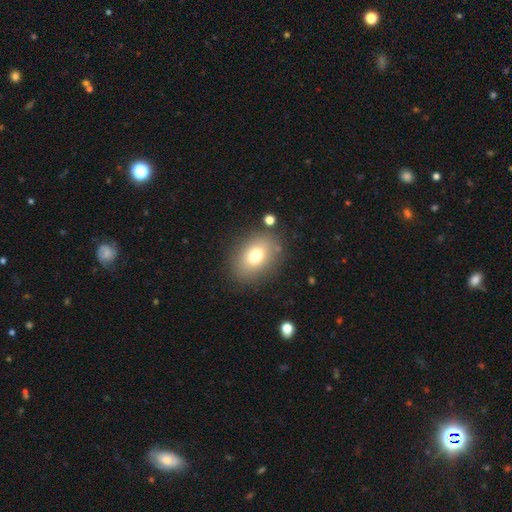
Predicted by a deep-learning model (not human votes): Smooth or featured?
  - smooth: 74% *
  - featured or disk: 15%
  - star or artifact: 11%
How rounded?
  - in between: 73% *
  - round: 26%
  - cigar-shaped: 1%
Merging?
  - none: 82% *
  - minor disturbance: 11%
  - major disturbance: 4%
  - merger: 3%